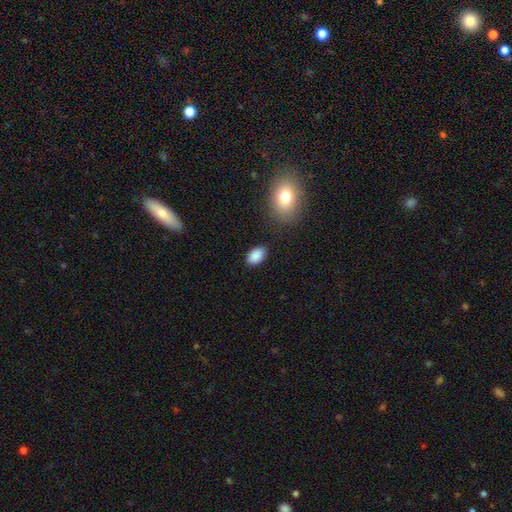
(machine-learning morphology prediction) A smooth galaxy with no disk features (88%) that is in between round and cigar-shaped (90%). Merging: none (84%).